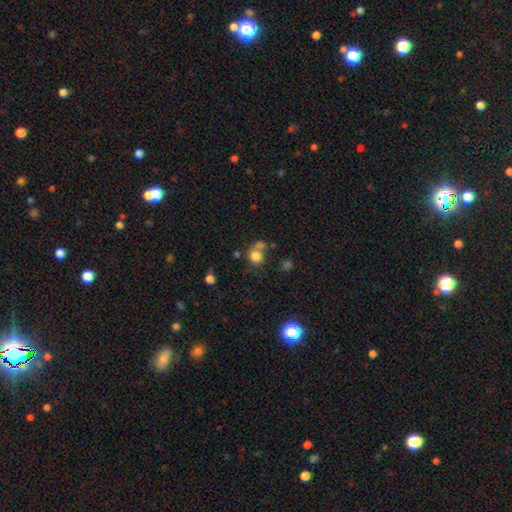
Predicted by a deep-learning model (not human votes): Smooth or featured?
  - smooth: 78% *
  - star or artifact: 13%
  - featured or disk: 9%
How rounded?
  - round: 79% *
  - in between: 20%
  - cigar-shaped: 1%
Merging?
  - none: 49% *
  - merger: 30%
  - minor disturbance: 13%
  - major disturbance: 8%